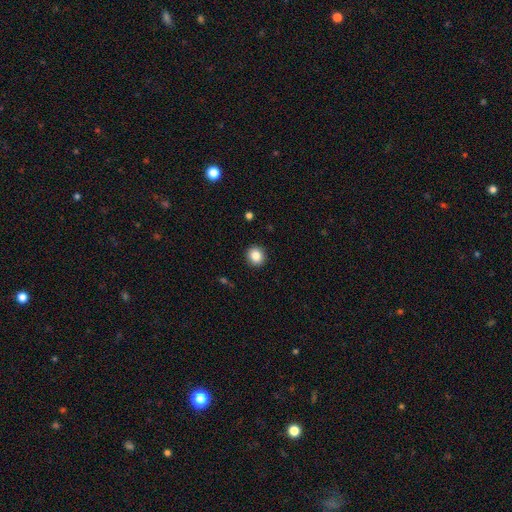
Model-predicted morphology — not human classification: A smooth galaxy with no disk features (85%) that is round (89%). Merging: none (92%).